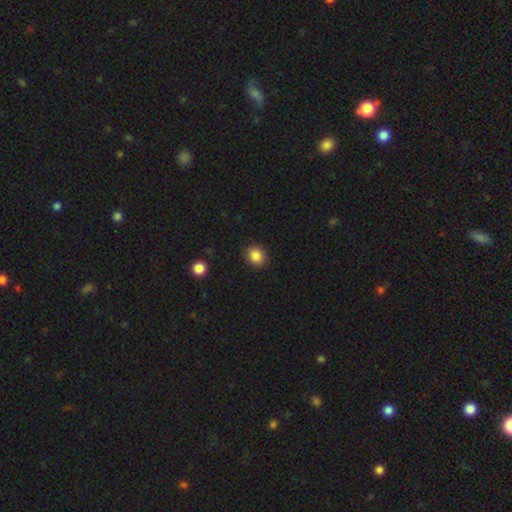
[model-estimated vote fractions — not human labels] Smooth or featured? Predicted: smooth (p=0.86). How rounded? Predicted: round (p=0.79). Merging? Predicted: none (p=0.90).